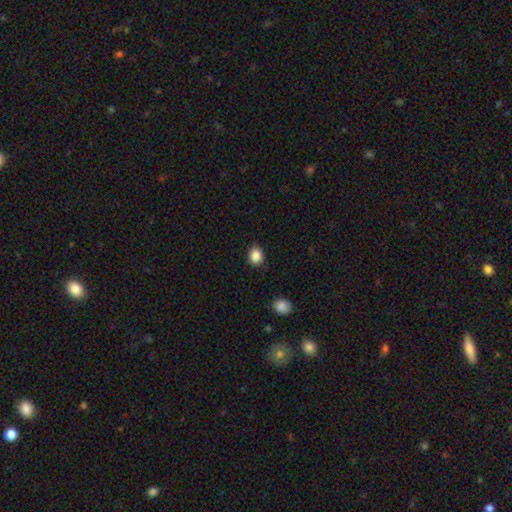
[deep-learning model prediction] Overall: smooth (87%). How rounded: round (61%; in between 38%). Merging: none (87%).